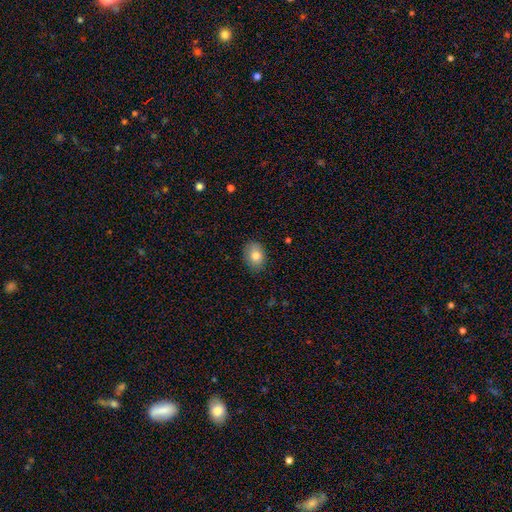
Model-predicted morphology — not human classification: Smooth or featured?
  - smooth: 81% *
  - featured or disk: 11%
  - star or artifact: 9%
How rounded?
  - in between: 69% *
  - round: 30%
  - cigar-shaped: 1%
Merging?
  - none: 86% *
  - minor disturbance: 11%
  - major disturbance: 2%
  - merger: 1%